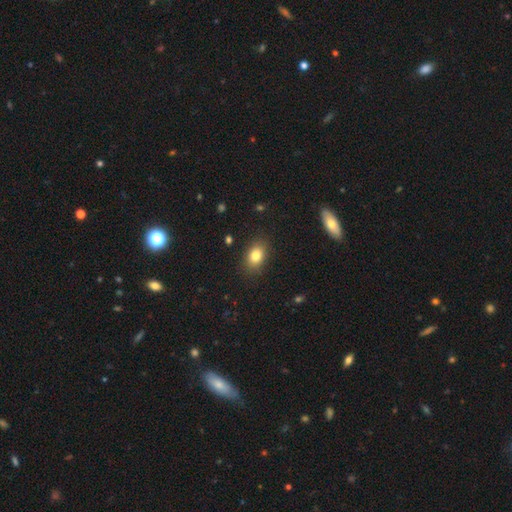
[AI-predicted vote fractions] This is clearly a smooth galaxy (82%). How rounded: likely in between (78%). Merging: clearly none (86%).